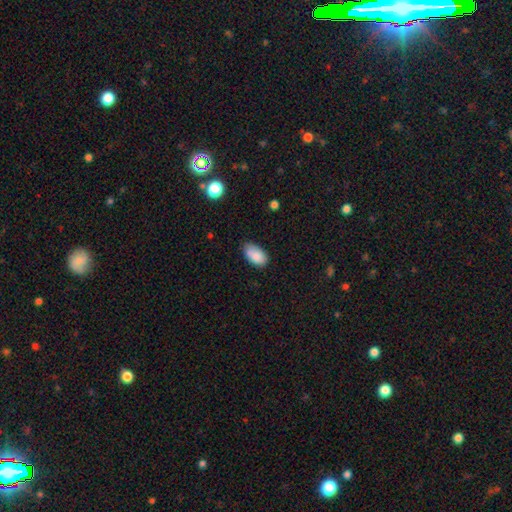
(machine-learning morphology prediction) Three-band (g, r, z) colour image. It shows a smooth galaxy with no disk features (85%) that is in between round and cigar-shaped (94%). Merging: none (63%).